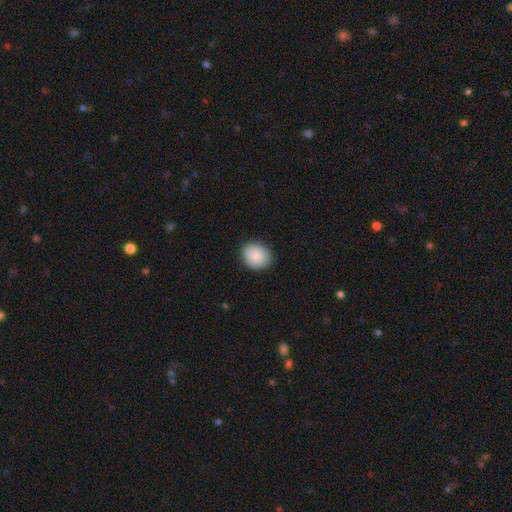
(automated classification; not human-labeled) Smooth or featured? Predicted: smooth (p=0.87). How rounded? Predicted: round (p=0.66). Merging? Predicted: none (p=0.88).